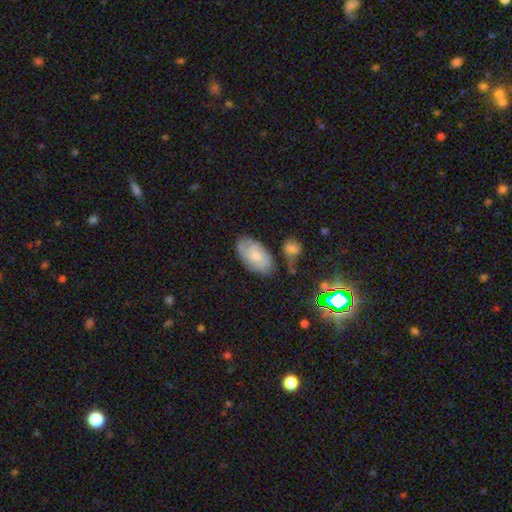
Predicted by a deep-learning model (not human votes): Overall: smooth (53%; featured or disk 38%). How rounded: in between (93%). Merging: none (63%; minor disturbance 23%).